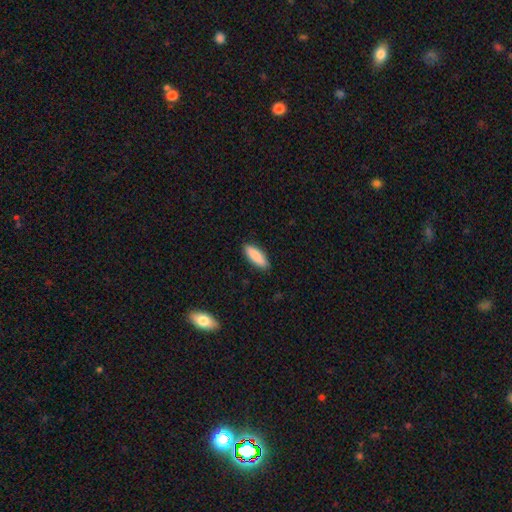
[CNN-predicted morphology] This appears to be a smooth galaxy with no disk features (88%) that is in between round and cigar-shaped (63%). Merging: none (89%).